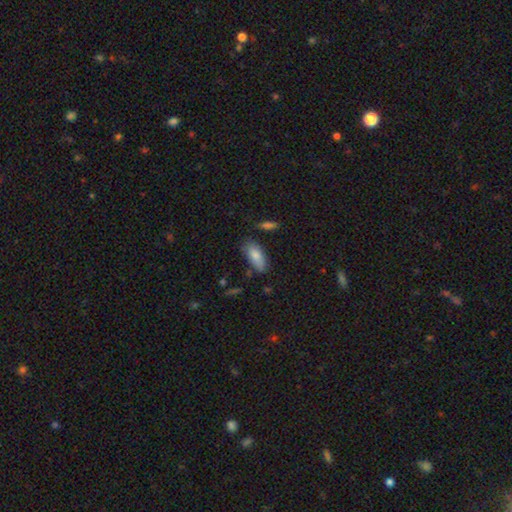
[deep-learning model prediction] This appears to be a smooth galaxy with no disk features (82%) that is in between round and cigar-shaped (84%). Merging: none (75%).